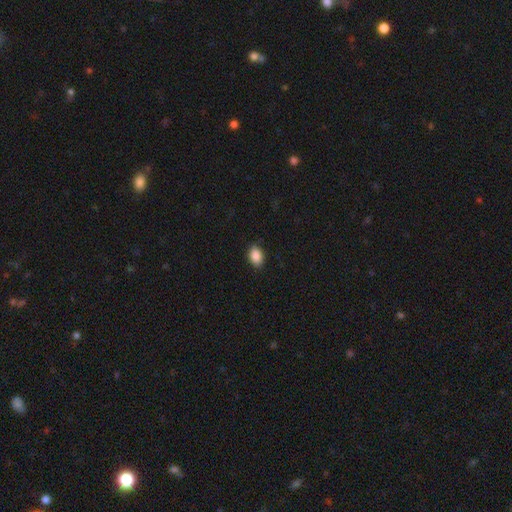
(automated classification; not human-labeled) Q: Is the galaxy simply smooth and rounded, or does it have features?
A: smooth — 89%.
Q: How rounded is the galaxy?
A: in between — 85%.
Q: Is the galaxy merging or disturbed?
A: none — 86%.